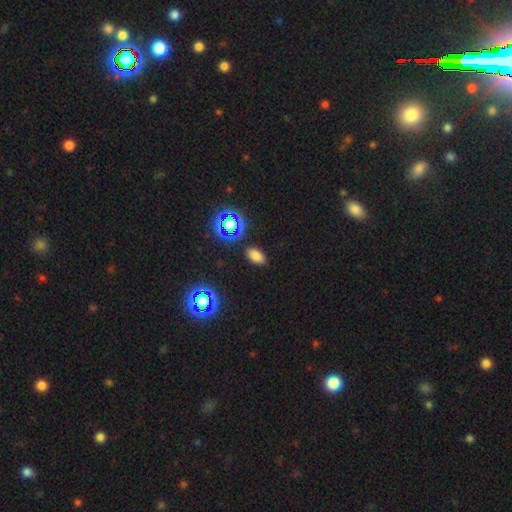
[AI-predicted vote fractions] Smooth or featured: smooth — 72% (star or artifact — 22%)
How rounded: in between — 88% (round — 9%)
Merging: none — 87% (minor disturbance — 9%)